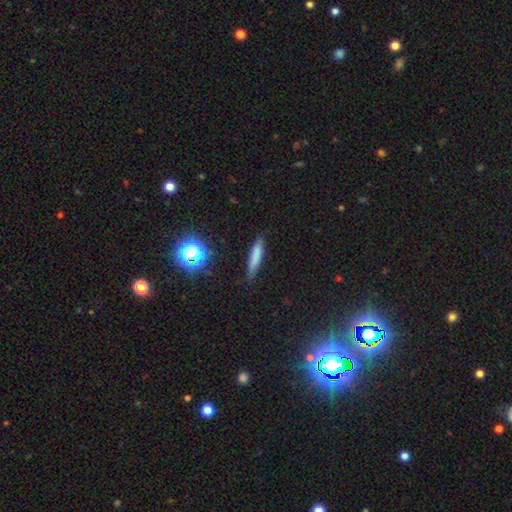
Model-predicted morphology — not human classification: This is likely a smooth galaxy (73%). How rounded: clearly cigar-shaped (86%). Merging: likely none (80%).